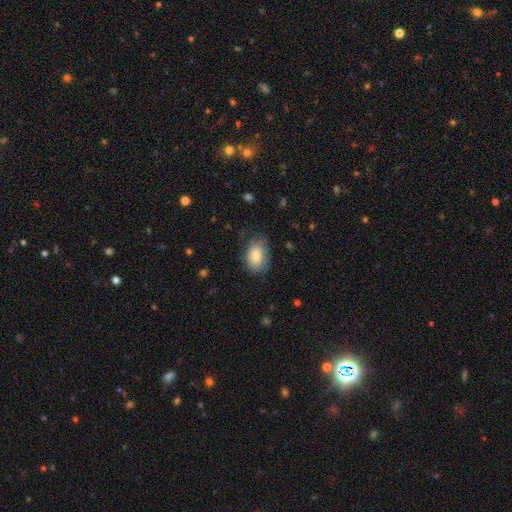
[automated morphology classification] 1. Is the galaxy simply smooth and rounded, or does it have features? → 82% smooth, 11% featured or disk, 7% star or artifact.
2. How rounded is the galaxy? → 86% in between, 13% round, 1% cigar-shaped.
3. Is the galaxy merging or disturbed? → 67% none, 24% minor disturbance, 8% major disturbance, 1% merger.